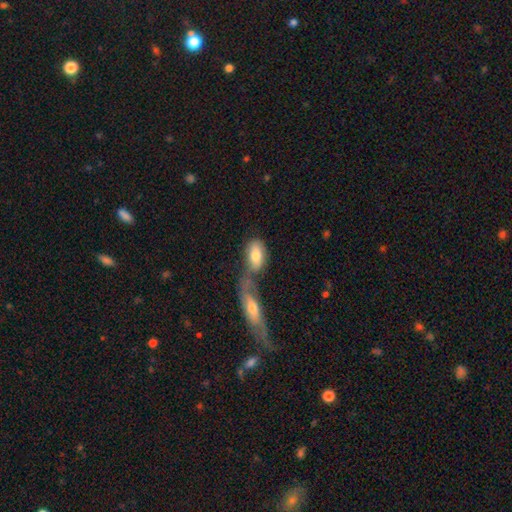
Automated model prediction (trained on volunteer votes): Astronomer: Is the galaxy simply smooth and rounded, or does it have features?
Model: smooth — 75%.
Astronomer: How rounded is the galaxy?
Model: in between — 88%.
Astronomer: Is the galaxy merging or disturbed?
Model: merger — 54% (runner-up: none, 30%).